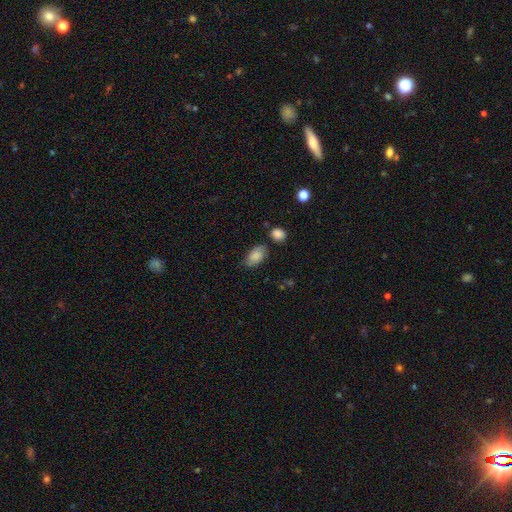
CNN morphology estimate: The model was most divided on "merging": none: 72%, minor disturbance: 19%, merger: 5%, major disturbance: 4%. More confident: how rounded — in between (93%); smooth or featured — smooth (85%).